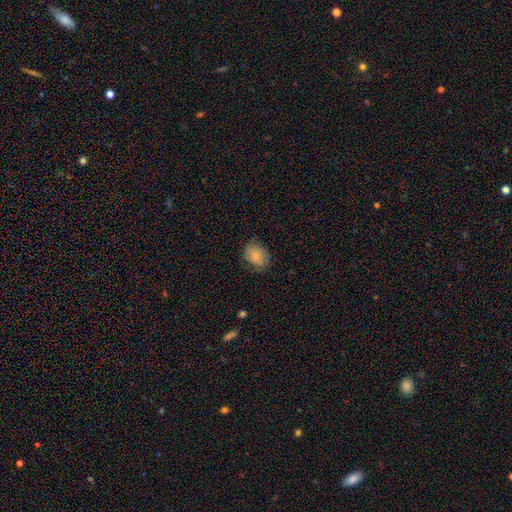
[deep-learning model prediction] This is clearly a smooth galaxy (81%). How rounded: possibly in between (56%). Merging: likely none (70%).